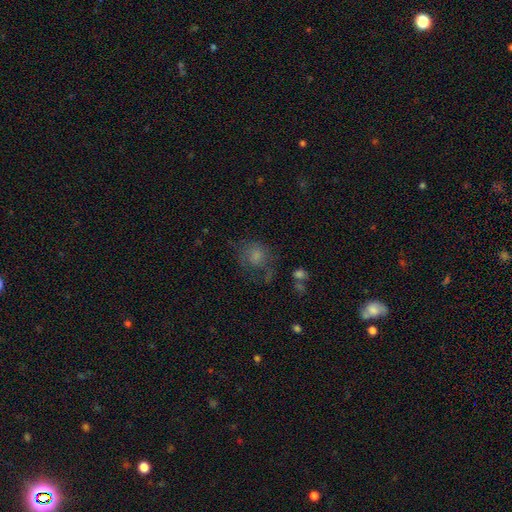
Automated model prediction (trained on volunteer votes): A smooth galaxy with no disk features (68%) that is round (72%). Merging: none (44%).